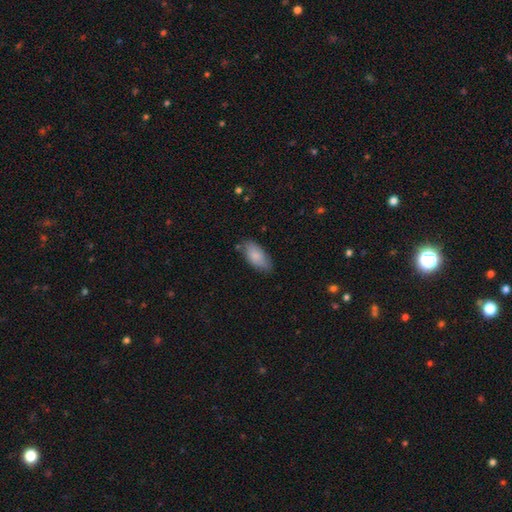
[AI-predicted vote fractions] smooth-or-featured: smooth: 82% | featured or disk: 12% | star or artifact: 6%
  how-rounded: in between: 90% | cigar-shaped: 8% | round: 2%
  merging: none: 73% | minor disturbance: 21% | major disturbance: 4% | merger: 3%